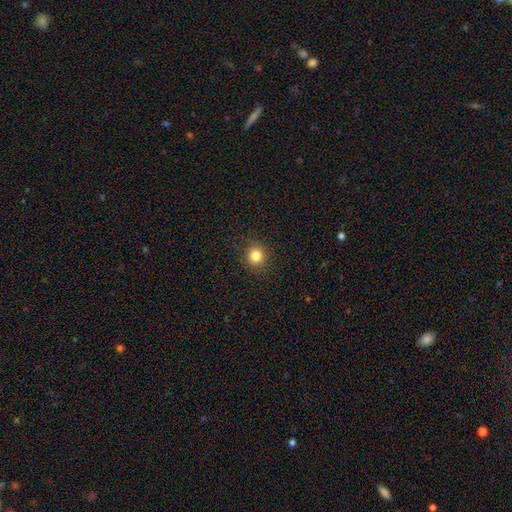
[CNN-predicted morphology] Smooth or featured? Predicted: smooth (p=0.83). How rounded? Predicted: round (p=0.90). Merging? Predicted: none (p=0.91).